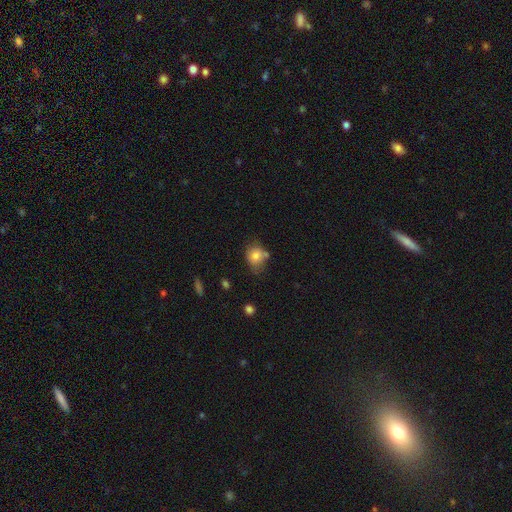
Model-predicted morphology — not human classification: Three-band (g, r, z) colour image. It shows a smooth galaxy with no disk features (79%) that is round (62%). Merging: none (54%).